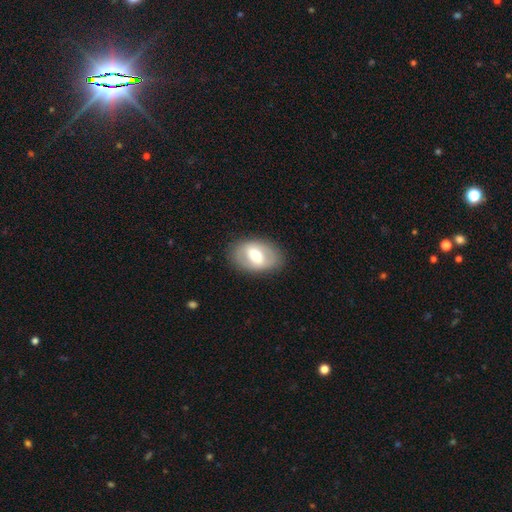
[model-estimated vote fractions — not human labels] A smooth galaxy with no disk features (48%). Merging: none (84%).